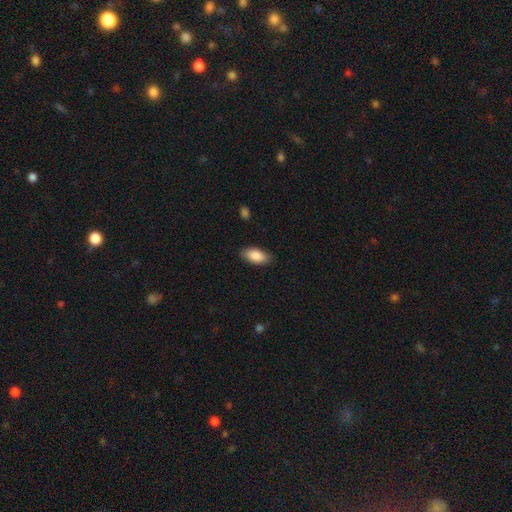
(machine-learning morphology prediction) Smooth or featured? Predicted: smooth (p=0.87). How rounded? Predicted: in between (p=0.91). Merging? Predicted: none (p=0.87).